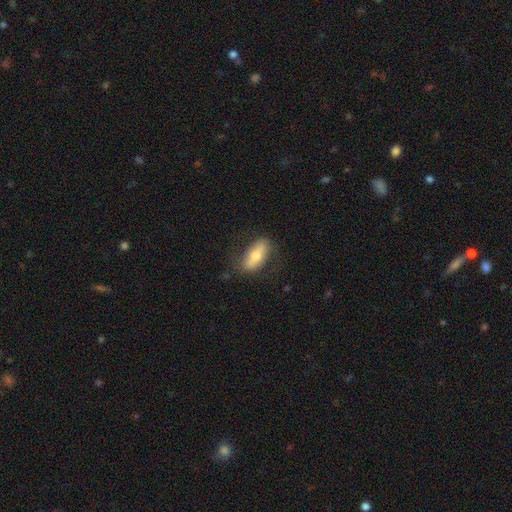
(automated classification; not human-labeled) Smooth or featured?
  - smooth: 57% *
  - featured or disk: 37%
  - star or artifact: 7%
How rounded?
  - in between: 72% *
  - cigar-shaped: 25%
  - round: 4%
Merging?
  - none: 76% *
  - minor disturbance: 17%
  - major disturbance: 6%
  - merger: 1%